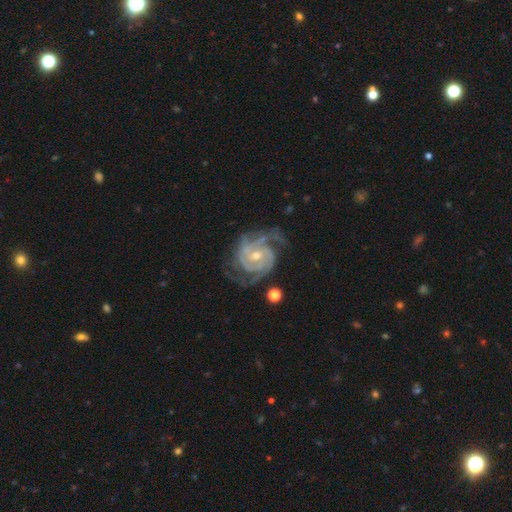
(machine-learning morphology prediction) A featured or disk galaxy (93%) with no bar (59%), 2 (35%) tight (65%) spiral arms (98%) and a moderate central bulge (55%). Merging: none (67%).